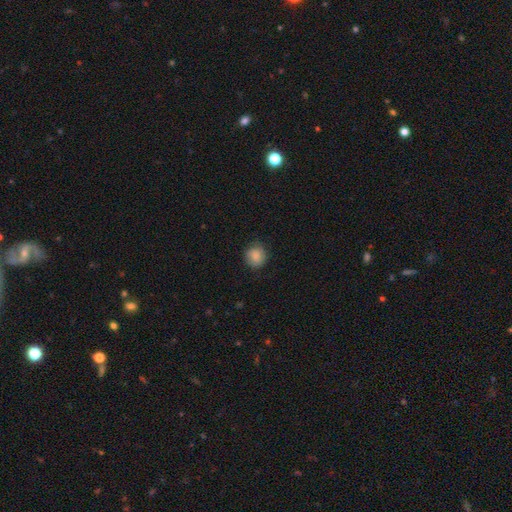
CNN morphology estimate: The model was most divided on "merging": none: 78%, minor disturbance: 17%, major disturbance: 4%, merger: 1%. More confident: smooth or featured — smooth (84%); how rounded — round (81%).